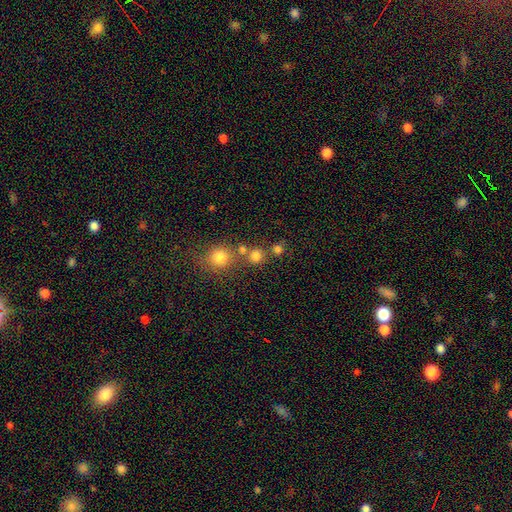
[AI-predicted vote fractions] Morphology: type=smooth (77%); roundness=round (90%); merging=none (66%).